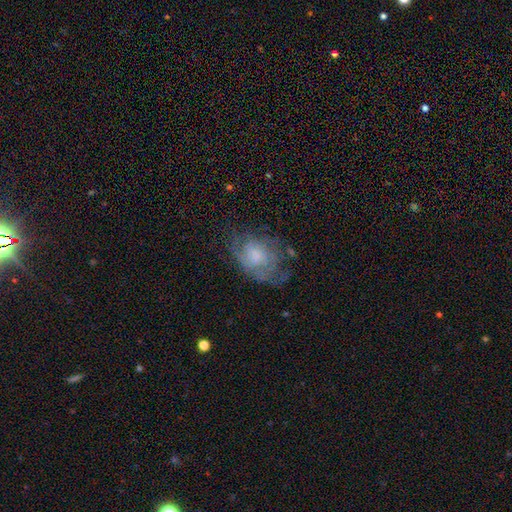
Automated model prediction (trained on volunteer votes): This appears to be a featured or disk galaxy (56%) with no bar (78%), spiral arms (60%) and a moderate central bulge (34%). Merging: none (46%).